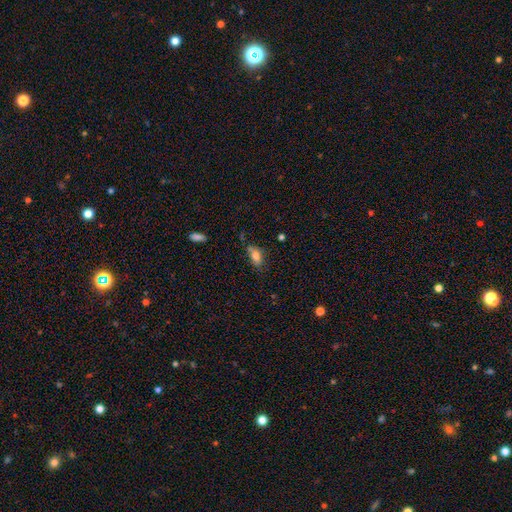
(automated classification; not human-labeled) smooth 79%, featured or disk 11%, star or artifact 10%. Down the decision tree: how rounded — in between (86%); merging — none (57%).